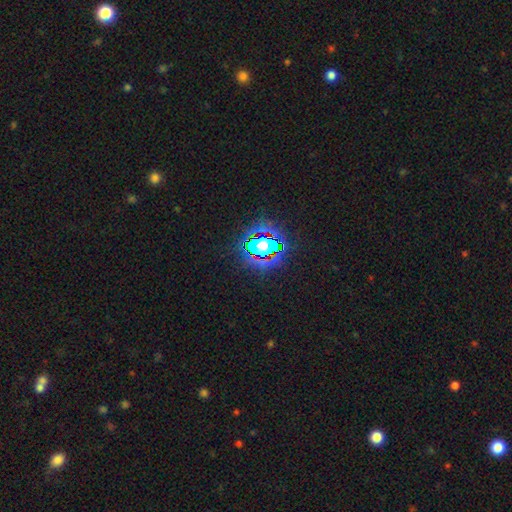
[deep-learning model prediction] star or artifact 81%, smooth 12%, featured or disk 8%.